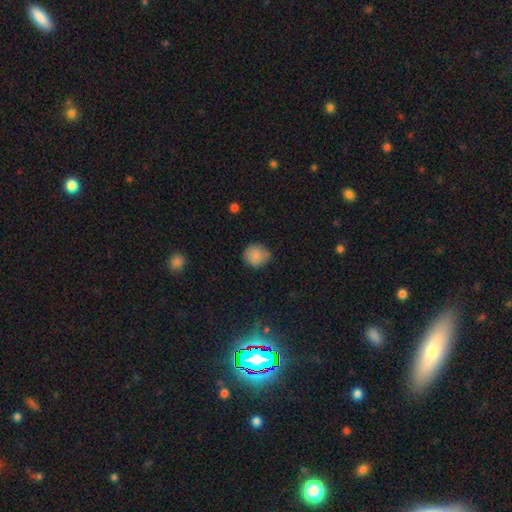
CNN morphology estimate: This appears to be a smooth galaxy with no disk features (84%) that is round (90%). Merging: none (75%).